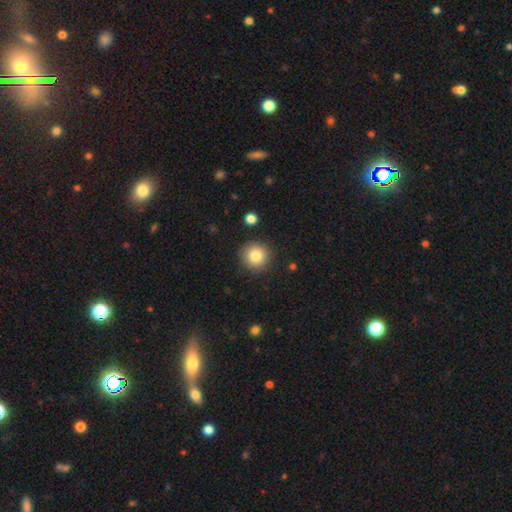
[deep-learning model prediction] A smooth galaxy with no disk features (83%) that is round (94%). Merging: none (89%).